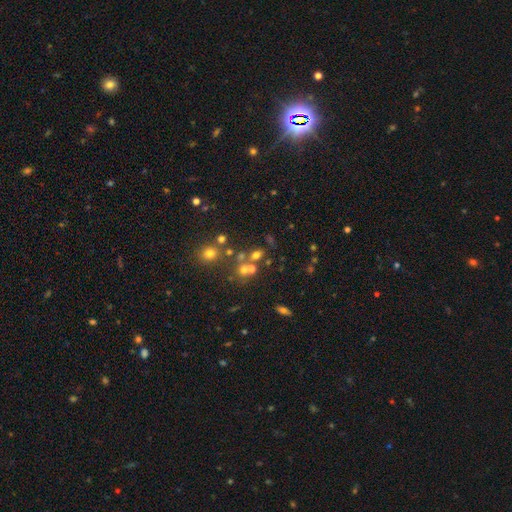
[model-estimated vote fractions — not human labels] A smooth galaxy with no disk features (49%). Merging: none (52%).